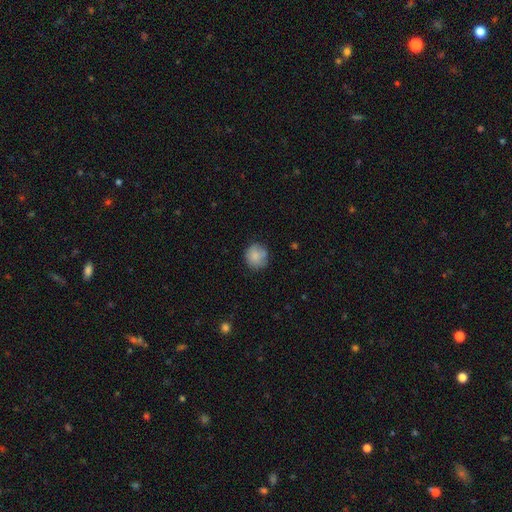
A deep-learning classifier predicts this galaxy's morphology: smooth 82%, featured or disk 10%, star or artifact 8%. Down the decision tree: how rounded — round (87%); merging — none (72%).